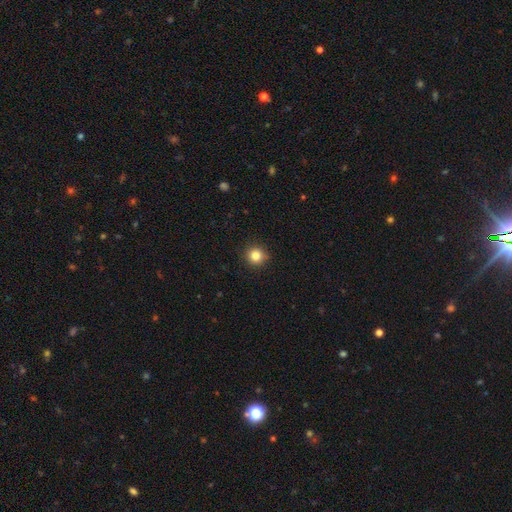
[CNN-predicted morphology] Smooth or featured? smooth (83%)
How rounded? round (94%)
Merging? none (91%)